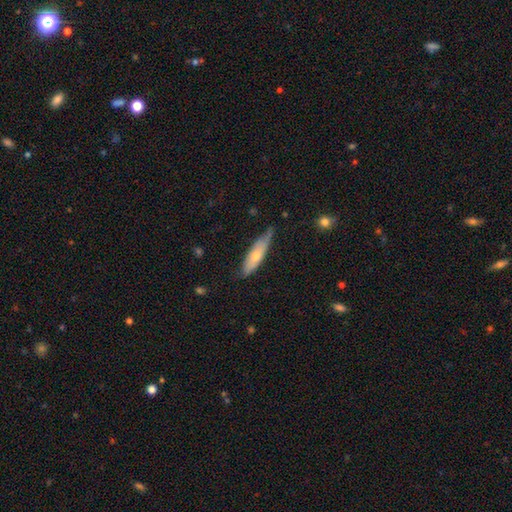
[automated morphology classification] Smooth or featured? Predicted: smooth (p=0.59). How rounded? Predicted: cigar-shaped (p=0.68). Merging? Predicted: none (p=0.58).